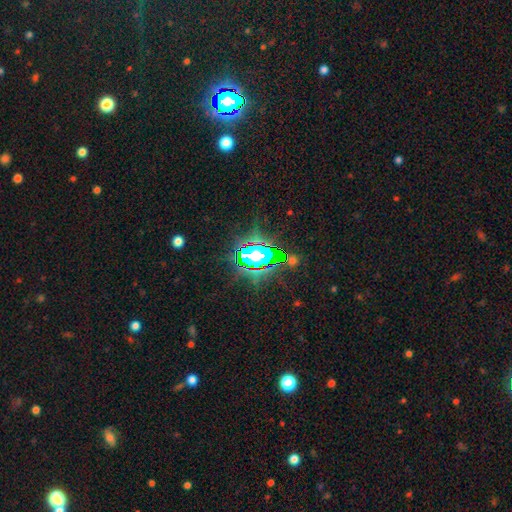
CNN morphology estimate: The model was most divided on "smooth or featured": star or artifact: 72%, smooth: 15%, featured or disk: 13%.